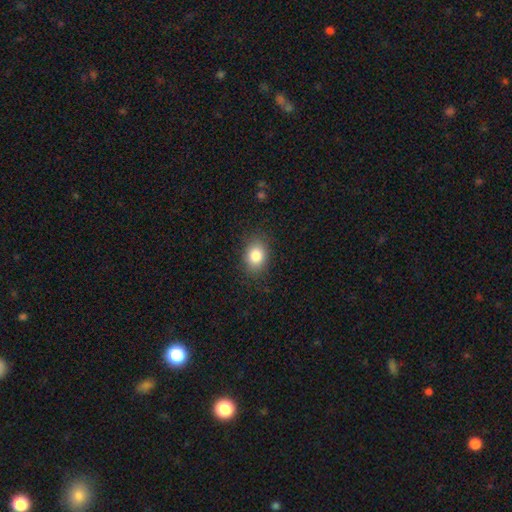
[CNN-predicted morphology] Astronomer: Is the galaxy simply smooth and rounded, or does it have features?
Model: smooth — 83%.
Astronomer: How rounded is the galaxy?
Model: in between — 62%.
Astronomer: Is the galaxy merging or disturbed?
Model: none — 84%.